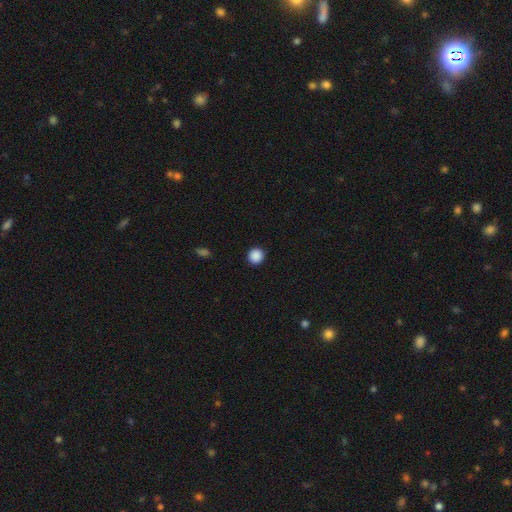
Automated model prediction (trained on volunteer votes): Smooth or featured: smooth — 89% (star or artifact — 9%)
How rounded: round — 93% (in between — 6%)
Merging: none — 93% (minor disturbance — 5%)